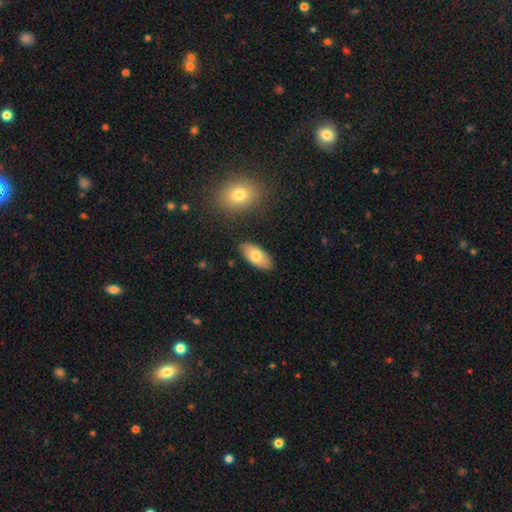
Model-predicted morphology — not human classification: Smooth or featured? Predicted: smooth (p=0.77). How rounded? Predicted: in between (p=0.92). Merging? Predicted: none (p=0.85).